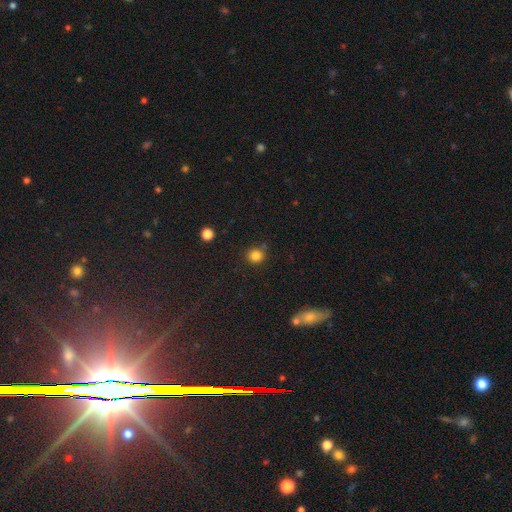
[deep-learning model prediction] This is clearly a smooth galaxy (83%). How rounded: clearly round (90%). Merging: clearly none (80%).